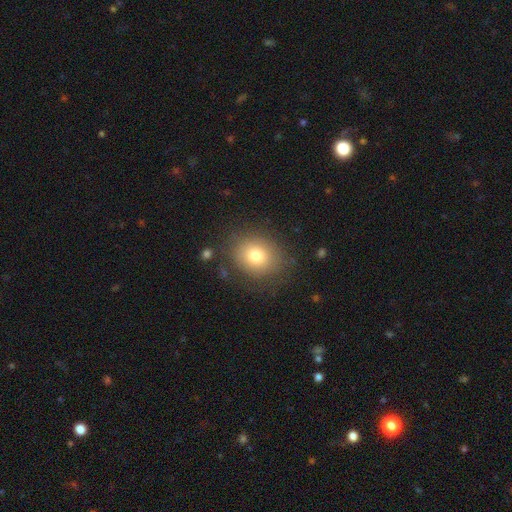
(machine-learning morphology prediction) This appears to be a smooth galaxy with no disk features (77%) that is round (60%). Merging: none (81%).